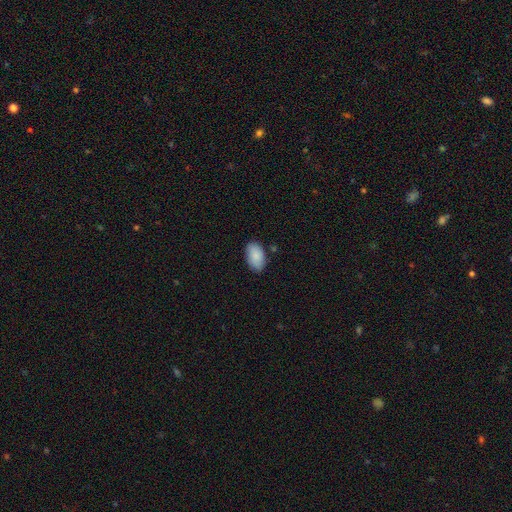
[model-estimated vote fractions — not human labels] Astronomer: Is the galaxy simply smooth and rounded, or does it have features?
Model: smooth — 88%.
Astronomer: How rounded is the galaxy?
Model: in between — 94%.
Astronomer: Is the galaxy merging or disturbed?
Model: none — 82%.